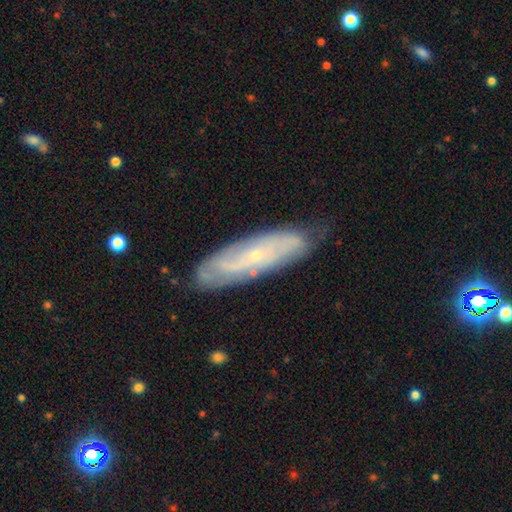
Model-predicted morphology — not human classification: The model was most divided on "spiral arm count": can't tell: 45%, 2: 35%, 3: 8%, 4: 5%, 1: 4%, more than 4: 3%. More confident: spiral arms — yes (88%); bulge size — small (82%); edge-on disk — no (79%); merging — none (75%); smooth or featured — featured or disk (74%); bar — no (62%); spiral winding — tight (52%).